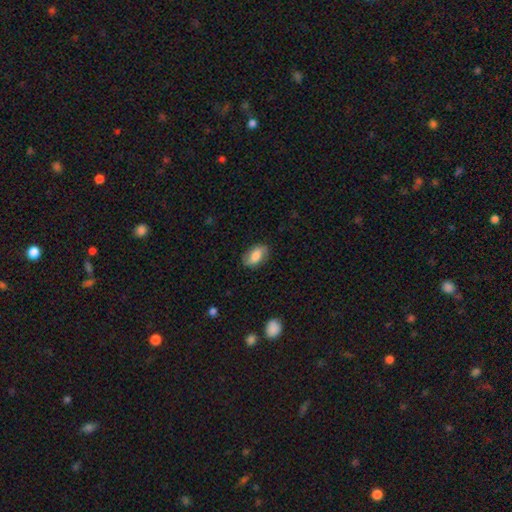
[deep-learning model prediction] smooth-or-featured: smooth: 70% | featured or disk: 23% | star or artifact: 7%
  how-rounded: in between: 91% | round: 6% | cigar-shaped: 3%
  merging: none: 80% | minor disturbance: 15% | major disturbance: 4% | merger: 1%